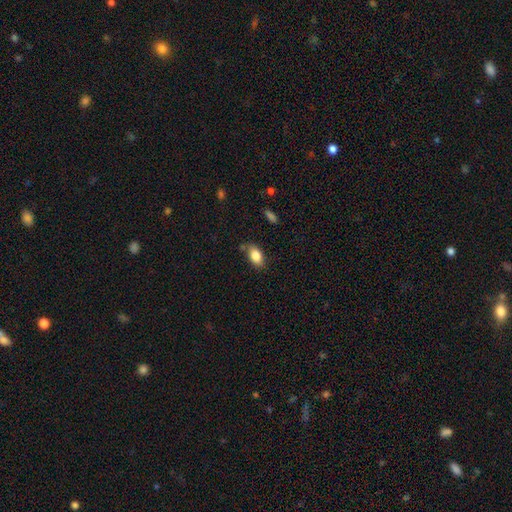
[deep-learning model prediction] Smooth or featured? smooth (83%)
How rounded? in between (90%)
Merging? none (75%)